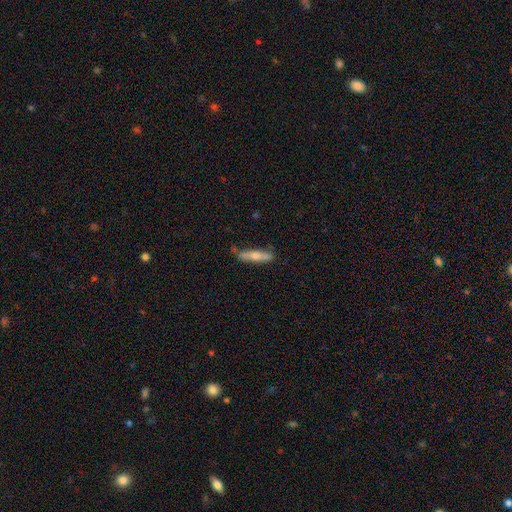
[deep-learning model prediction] smooth 62%, featured or disk 33%, star or artifact 6%. Down the decision tree: how rounded — cigar-shaped (81%); merging — none (74%).